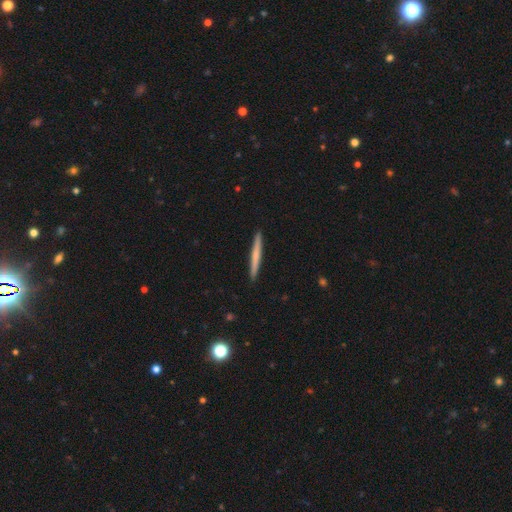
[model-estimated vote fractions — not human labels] Overall: smooth (58%; featured or disk 37%). How rounded: cigar-shaped (97%). Merging: none (93%).